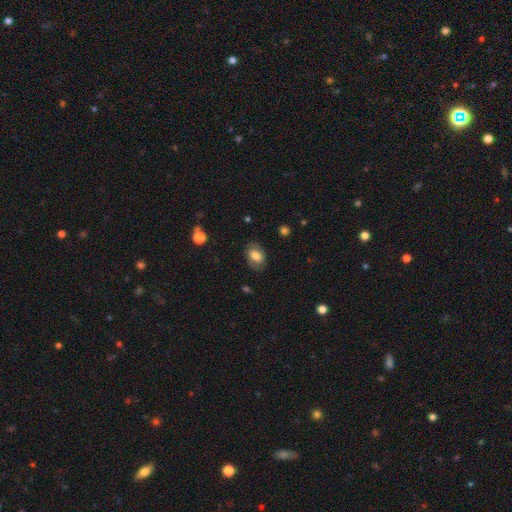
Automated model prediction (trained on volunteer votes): Smooth or featured? smooth (69%)
How rounded? in between (84%)
Merging? none (80%)